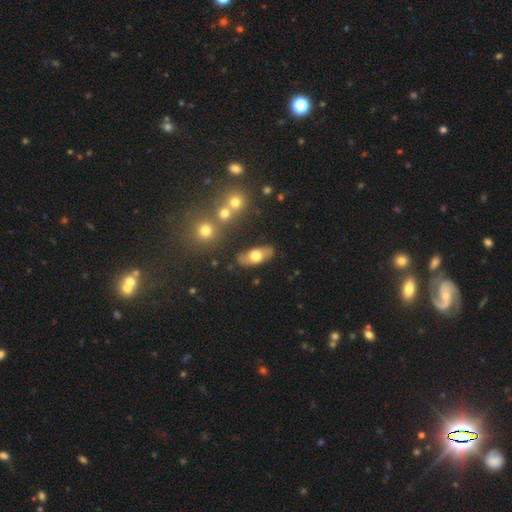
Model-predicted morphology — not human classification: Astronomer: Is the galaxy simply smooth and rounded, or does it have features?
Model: smooth — 63%.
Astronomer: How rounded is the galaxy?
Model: in between — 82%.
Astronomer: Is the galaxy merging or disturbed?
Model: none — 82%.